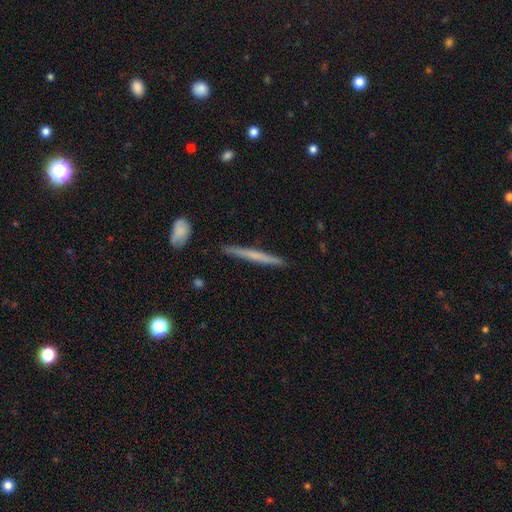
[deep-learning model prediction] Smooth or featured?
  - smooth: 51% *
  - featured or disk: 44%
  - star or artifact: 6%
How rounded?
  - cigar-shaped: 96% *
  - in between: 2%
  - round: 2%
Merging?
  - none: 91% *
  - minor disturbance: 6%
  - merger: 1%
  - major disturbance: 1%